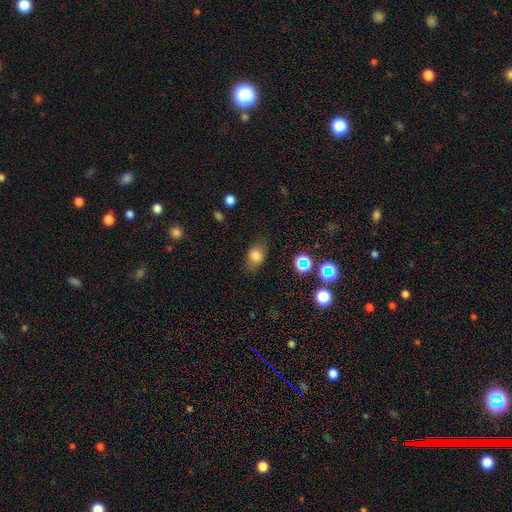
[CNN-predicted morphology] Smooth or featured? Predicted: smooth (p=0.77). How rounded? Predicted: in between (p=0.71). Merging? Predicted: none (p=0.77).